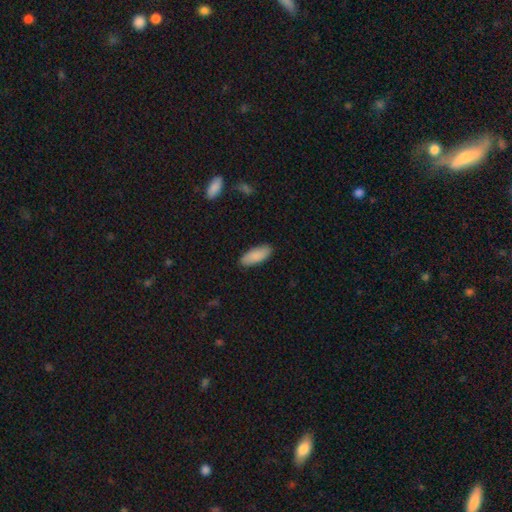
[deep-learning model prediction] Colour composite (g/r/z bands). It shows a smooth galaxy with no disk features (88%) that is in between round and cigar-shaped (79%). Merging: none (88%).